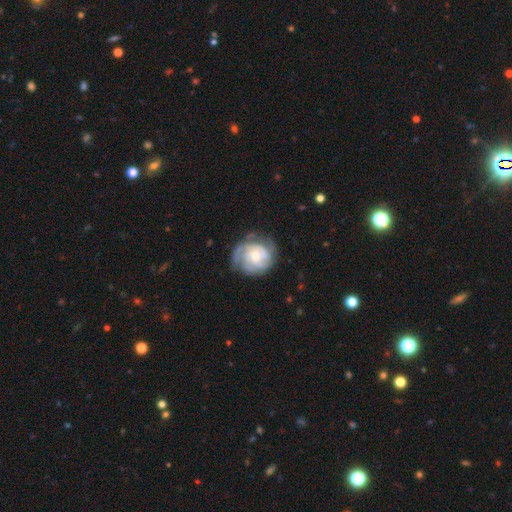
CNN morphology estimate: A featured or disk galaxy (79%) with no bar (72%), tight (62%) spiral arms (93%) and a small central bulge (49%). Merging: none (68%).